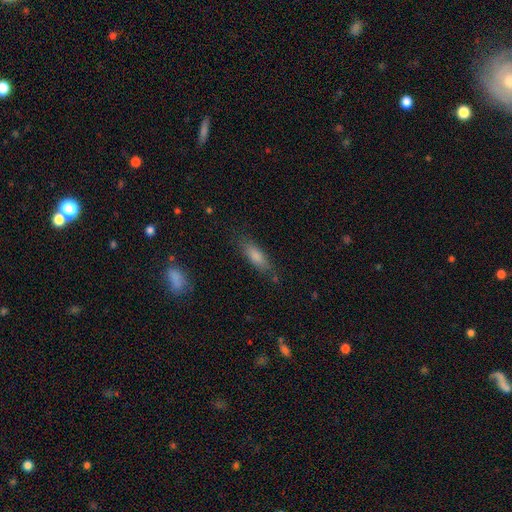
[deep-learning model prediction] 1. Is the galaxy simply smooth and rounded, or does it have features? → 74% smooth, 16% featured or disk, 9% star or artifact.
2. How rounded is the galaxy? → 50% cigar-shaped, 48% in between, 2% round.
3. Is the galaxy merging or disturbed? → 79% none, 14% minor disturbance, 4% major disturbance, 3% merger.